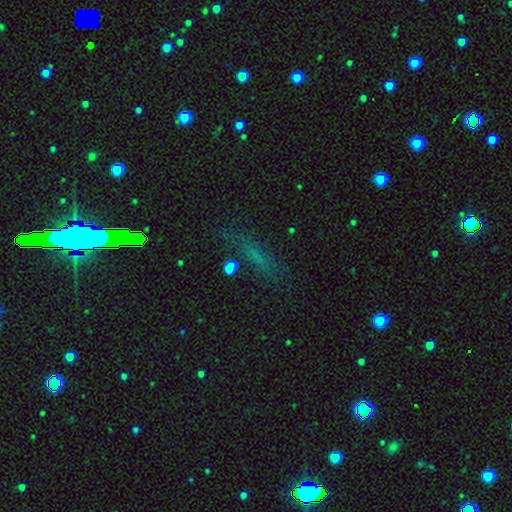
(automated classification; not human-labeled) Morphology: type=star or artifact (42%).